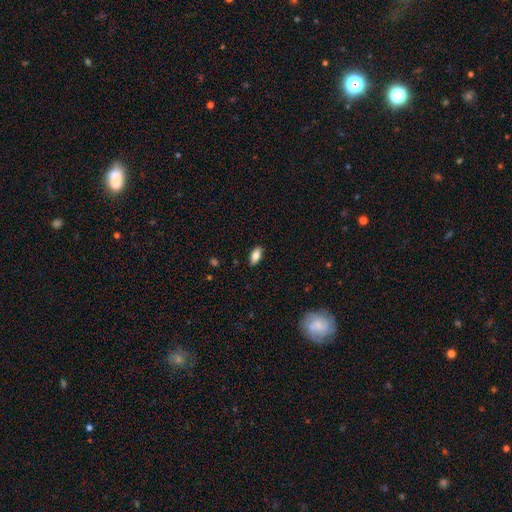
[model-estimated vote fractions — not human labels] Q: Smooth or featured?
A: smooth (83%); runner-up: featured or disk (10%)
Q: How rounded?
A: in between (89%); runner-up: cigar-shaped (8%)
Q: Merging?
A: none (87%); runner-up: minor disturbance (10%)